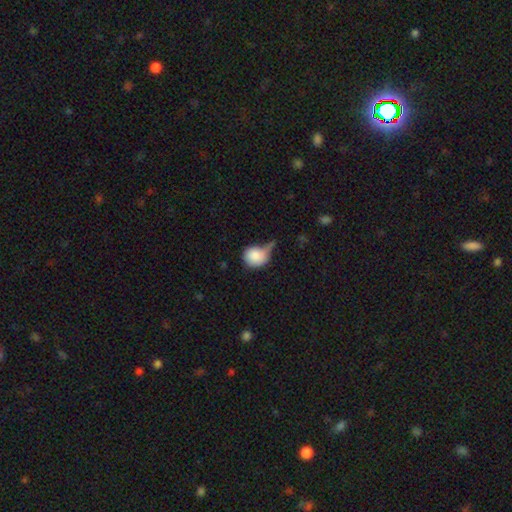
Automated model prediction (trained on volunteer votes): Smooth or featured? smooth (83%)
How rounded? round (74%)
Merging? minor disturbance (37%)